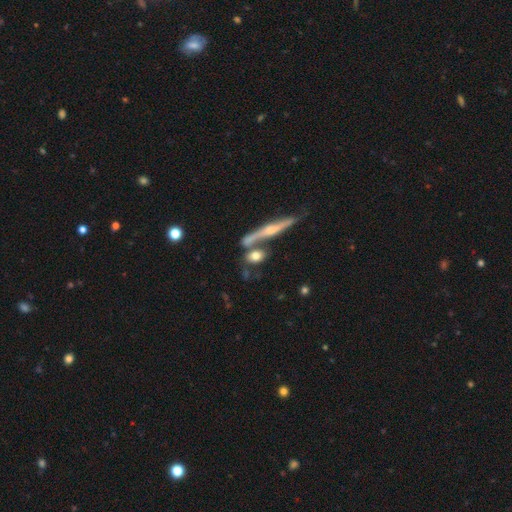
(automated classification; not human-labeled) Q: Smooth or featured?
A: smooth (61%); runner-up: featured or disk (30%)
Q: How rounded?
A: in between (57%); runner-up: round (28%)
Q: Merging?
A: none (50%); runner-up: merger (29%)